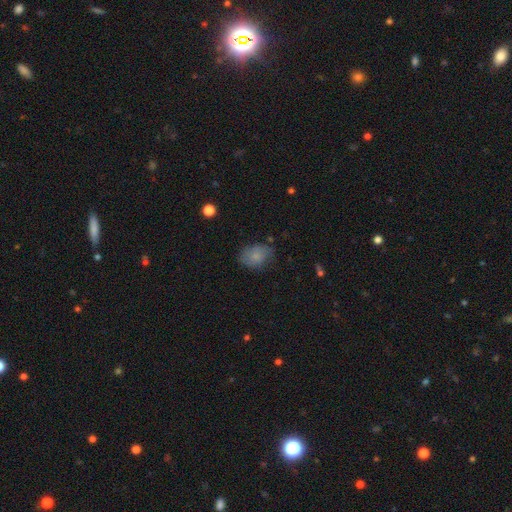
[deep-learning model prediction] A smooth galaxy with no disk features (78%) that is in between round and cigar-shaped (74%).

Vote fractions:
- Smooth or featured? smooth: 78% / featured or disk: 13% / star or artifact: 9%
- How rounded? in between: 74% / round: 25% / cigar-shaped: 1%
- Merging? none: 65% / minor disturbance: 25% / major disturbance: 7% / merger: 2%